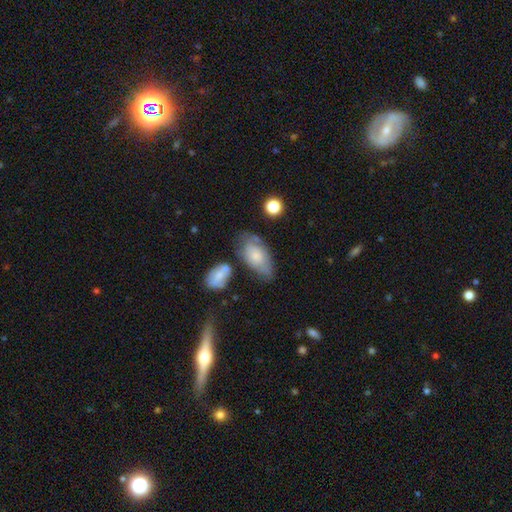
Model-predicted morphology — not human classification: This appears to be a smooth galaxy with no disk features (59%) that is in between round and cigar-shaped (92%). Merging: none (44%).